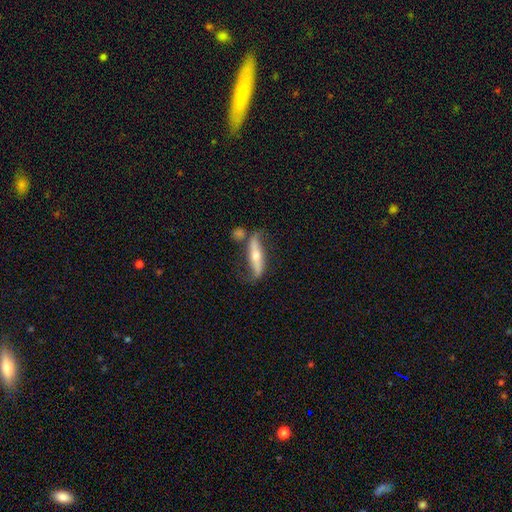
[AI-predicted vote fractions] Smooth or featured? featured or disk (68%)
Edge-on disk? yes (62%)
Merging? none (58%)